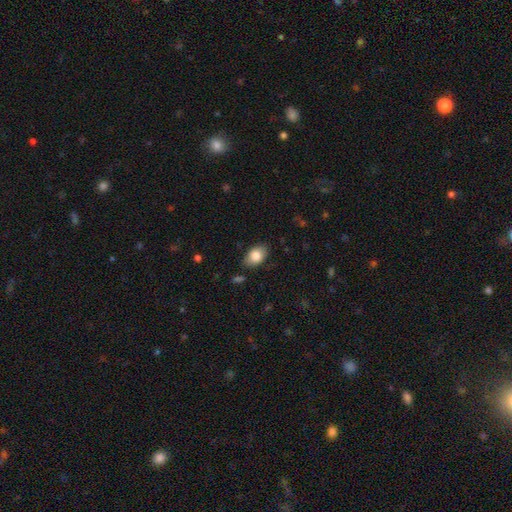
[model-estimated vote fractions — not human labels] A smooth galaxy with no disk features (84%) that is in between round and cigar-shaped (88%). Merging: none (81%).